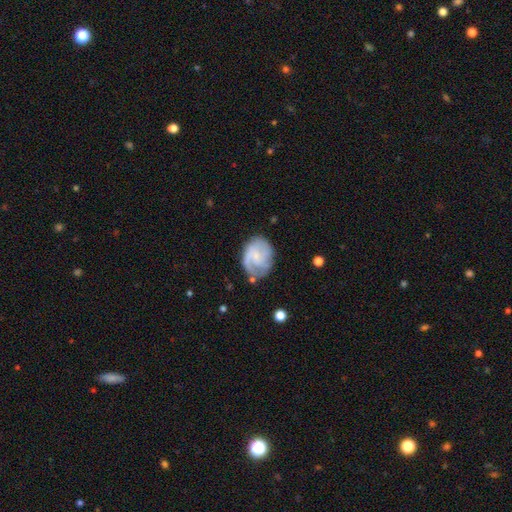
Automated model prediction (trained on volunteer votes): Smooth or featured?
  - featured or disk: 69% *
  - smooth: 25%
  - star or artifact: 6%
Edge-on disk?
  - no: 98% *
  - yes: 2%
Bar?
  - no: 57% *
  - weak: 38%
  - strong: 5%
Spiral arms?
  - yes: 90% *
  - no: 10%
Spiral winding?
  - medium: 44% *
  - tight: 36%
  - loose: 20%
Spiral arm count?
  - 2: 40% *
  - can't tell: 24%
  - 3: 19%
  - 1: 10%
  - 4: 4%
  - more than 4: 3%
Bulge size?
  - small: 55% *
  - none: 24%
  - moderate: 18%
  - large: 2%
  - dominant: 1%
Merging?
  - none: 63% *
  - minor disturbance: 22%
  - major disturbance: 11%
  - merger: 3%